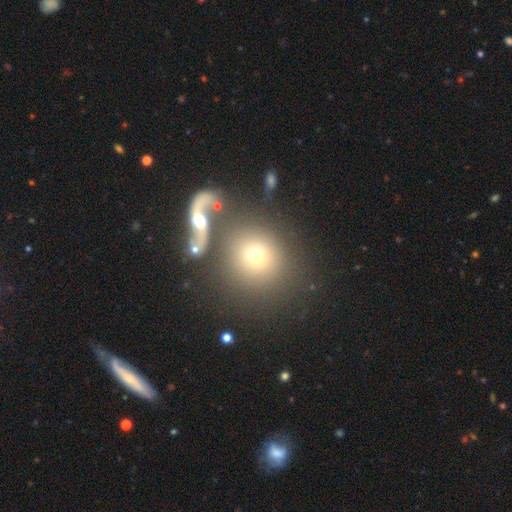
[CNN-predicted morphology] Smooth or featured?
  - smooth: 67% *
  - featured or disk: 21%
  - star or artifact: 12%
How rounded?
  - round: 88% *
  - in between: 10%
  - cigar-shaped: 1%
Merging?
  - none: 65% *
  - merger: 18%
  - minor disturbance: 10%
  - major disturbance: 7%